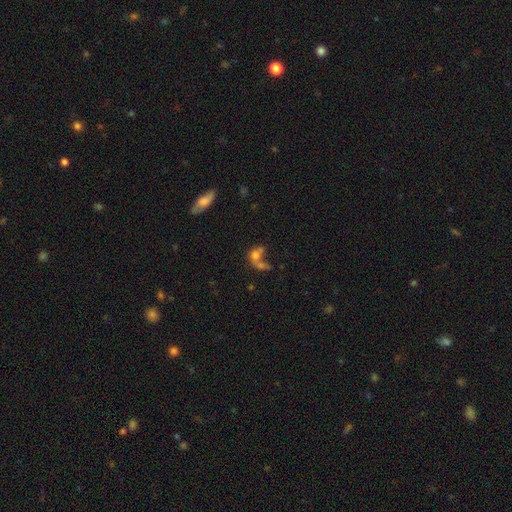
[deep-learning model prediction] smooth-or-featured: smooth: 62% | featured or disk: 23% | star or artifact: 14%
  how-rounded: in between: 54% | round: 42% | cigar-shaped: 4%
  merging: merger: 55% | none: 23% | major disturbance: 14% | minor disturbance: 9%